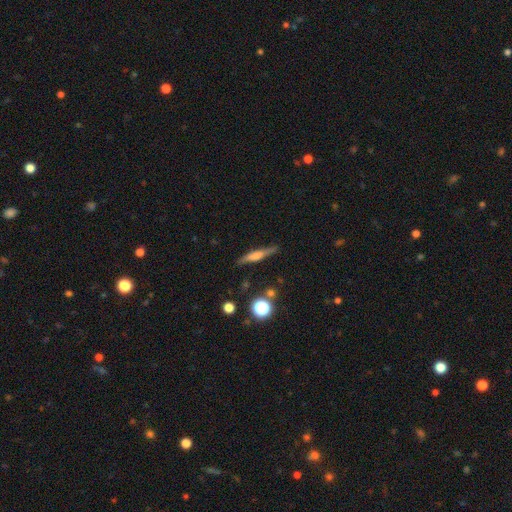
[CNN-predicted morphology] smooth_or_featured: featured or disk (p=0.51) [alt: smooth p=0.41]
disk_edge_on: yes (p=0.94) [alt: no p=0.06]
merging: none (p=0.84) [alt: minor disturbance p=0.12]